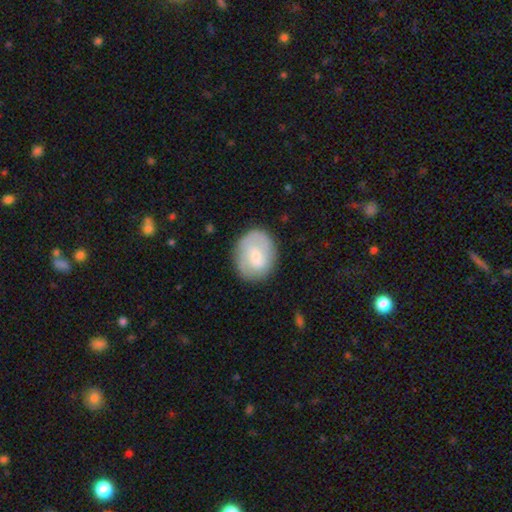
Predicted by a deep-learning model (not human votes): Overall: smooth (50%; featured or disk 43%). How rounded: round (58%; in between 41%). Merging: none (77%).